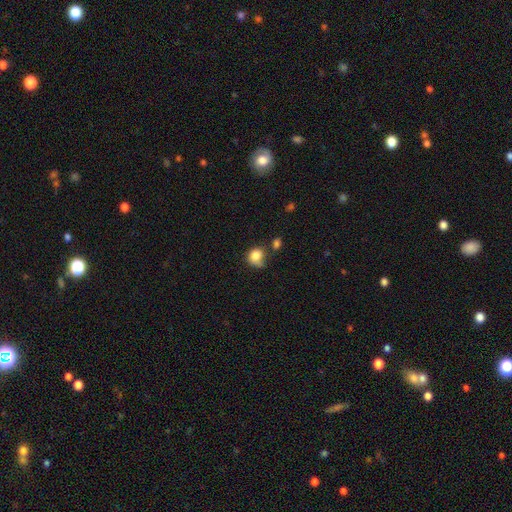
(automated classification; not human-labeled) Overall: smooth (82%). How rounded: round (75%). Merging: none (42%; minor disturbance 30%).